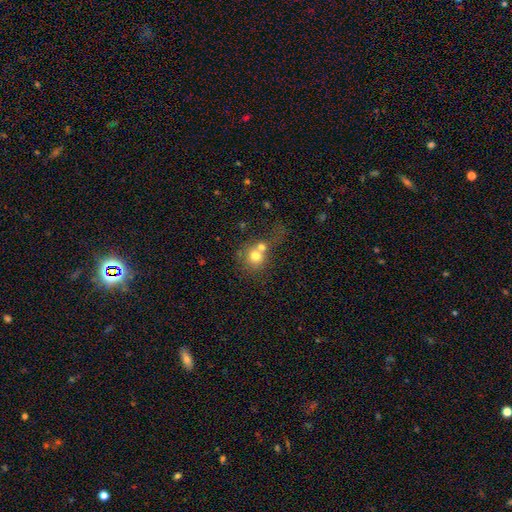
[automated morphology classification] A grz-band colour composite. It shows a smooth galaxy with no disk features (69%) that is round (81%). Merging: merger (58%).